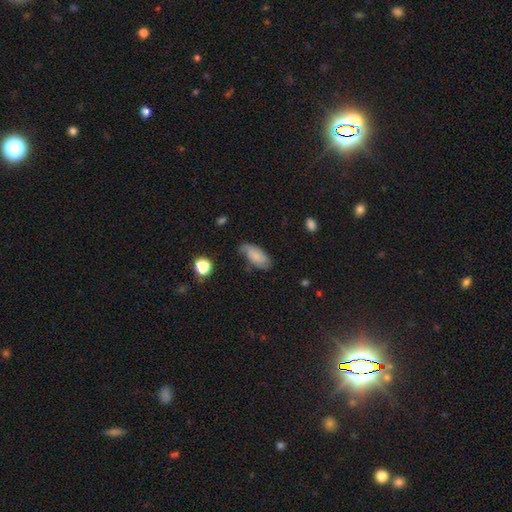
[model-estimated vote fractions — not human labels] The model was most divided on "merging": none: 58%, minor disturbance: 29%, major disturbance: 10%, merger: 2%. More confident: how rounded — in between (90%); smooth or featured — smooth (61%).